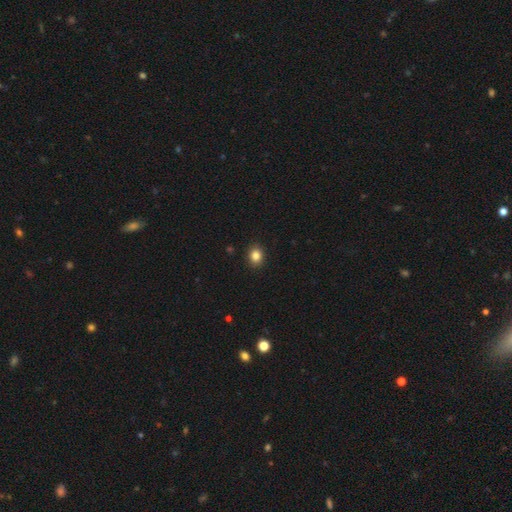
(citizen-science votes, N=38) smooth-or-featured: smooth: 84% | featured or disk: 11% | star or artifact: 5%
  how-rounded: round: 78% | in between: 22% | cigar-shaped: 0%
  merging: none: 97% | minor disturbance: 3% | major disturbance: 0% | merger: 0%